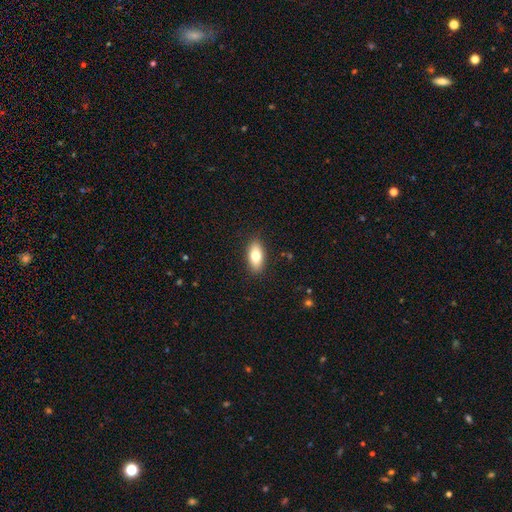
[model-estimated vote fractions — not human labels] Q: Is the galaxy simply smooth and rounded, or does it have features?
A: smooth — 76%.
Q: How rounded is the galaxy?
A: in between — 87%.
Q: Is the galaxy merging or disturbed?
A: none — 88%.